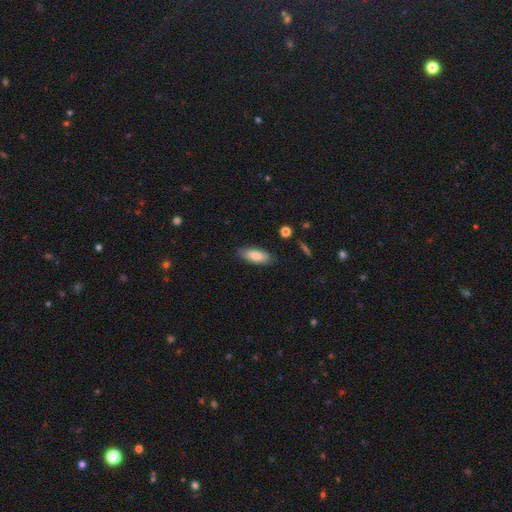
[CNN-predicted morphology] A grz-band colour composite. It shows a smooth galaxy with no disk features (82%) that is in between round and cigar-shaped (77%). Merging: none (84%).